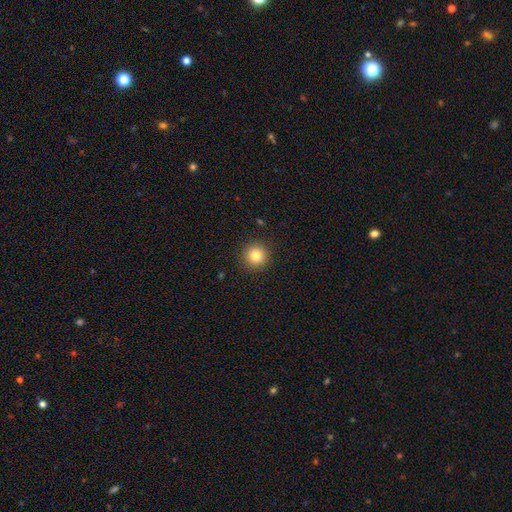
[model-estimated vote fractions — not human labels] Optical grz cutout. It shows a smooth galaxy with no disk features (82%) that is round (95%). Merging: none (91%).